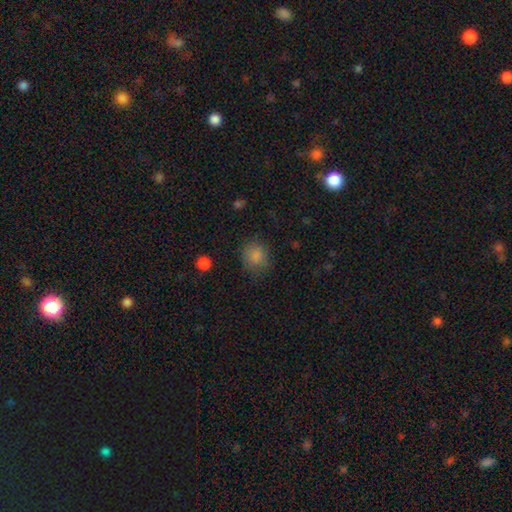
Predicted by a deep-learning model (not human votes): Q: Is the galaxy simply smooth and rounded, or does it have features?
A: smooth — 83%.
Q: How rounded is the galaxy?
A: round — 76%.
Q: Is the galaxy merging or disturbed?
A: none — 76%.